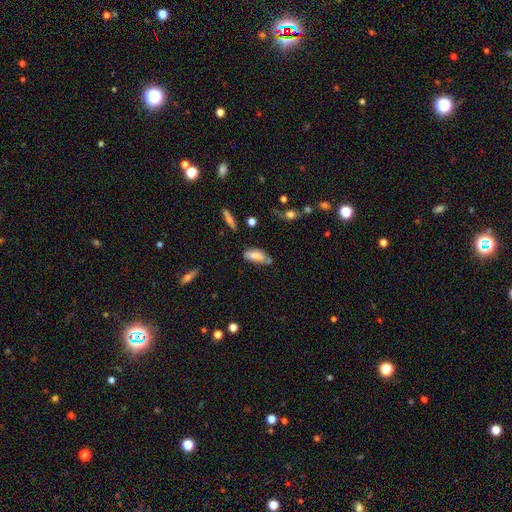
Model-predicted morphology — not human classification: Smooth or featured? smooth (80%)
How rounded? in between (78%)
Merging? none (54%)